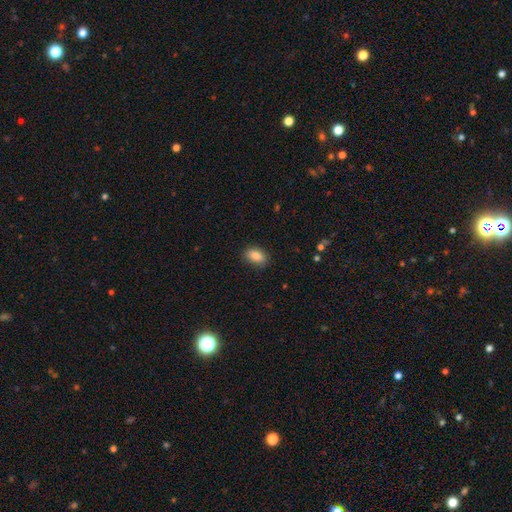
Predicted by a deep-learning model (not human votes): Overall: smooth (87%). How rounded: in between (89%). Merging: none (87%).